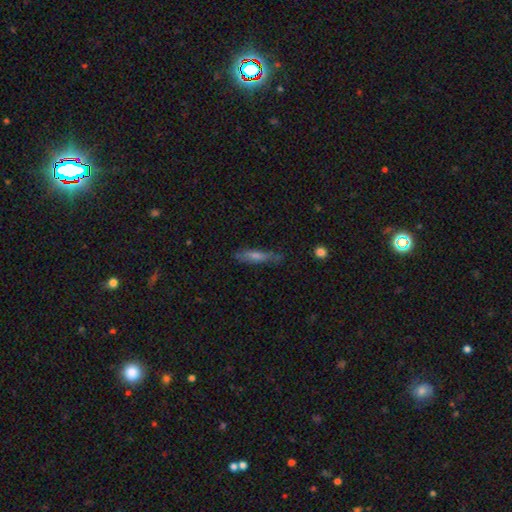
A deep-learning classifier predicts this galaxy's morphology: Smooth or featured: smooth — 49% (featured or disk — 41%)
Merging: none — 76% (minor disturbance — 18%)